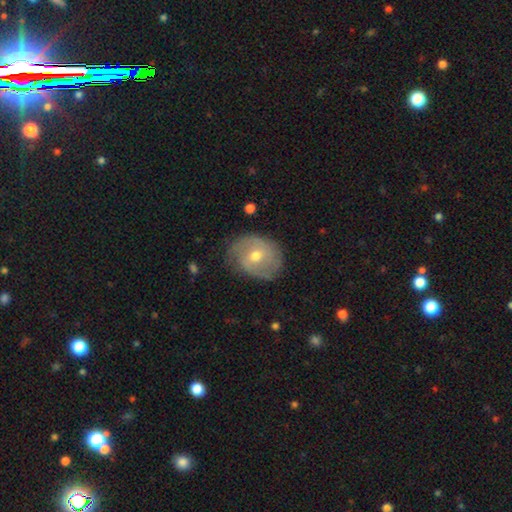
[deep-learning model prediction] Smooth or featured? Predicted: featured or disk (p=0.64). Edge-on disk? Predicted: no (p=0.96). Bar? Predicted: no (p=0.53). Spiral arms? Predicted: yes (p=0.78). Bulge size? Predicted: moderate (p=0.65). Merging? Predicted: none (p=0.69).